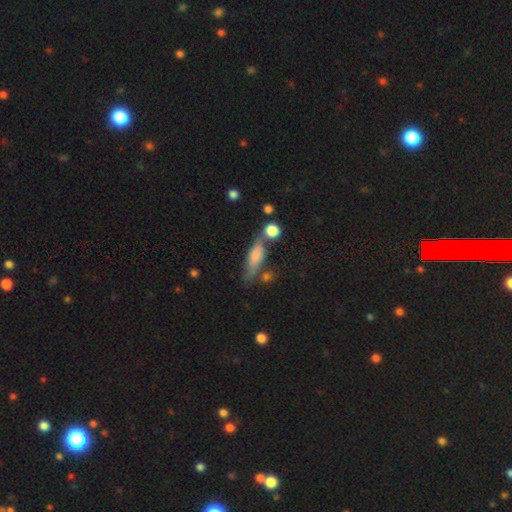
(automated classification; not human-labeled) Smooth or featured? Predicted: smooth (p=0.61). How rounded? Predicted: cigar-shaped (p=0.48). Merging? Predicted: none (p=0.52).